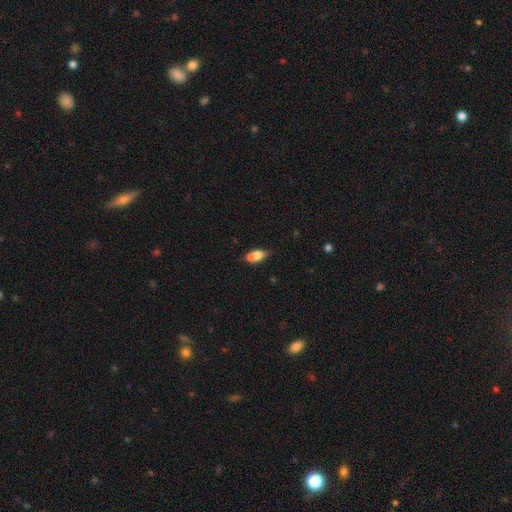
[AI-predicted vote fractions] Smooth or featured? smooth (71%)
How rounded? in between (77%)
Merging? none (44%)